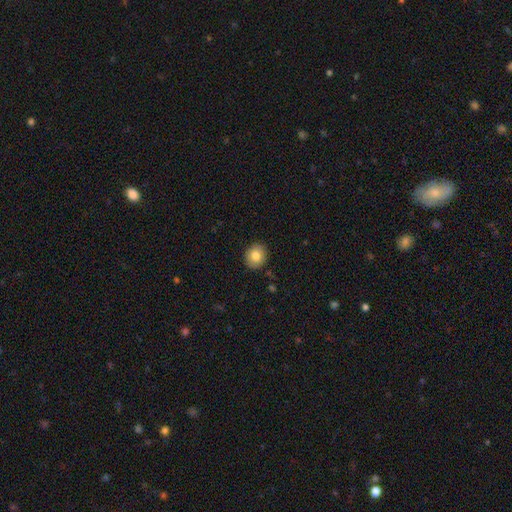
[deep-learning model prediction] smooth 82%, featured or disk 10%, star or artifact 8%. Down the decision tree: how rounded — round (73%); merging — none (90%).